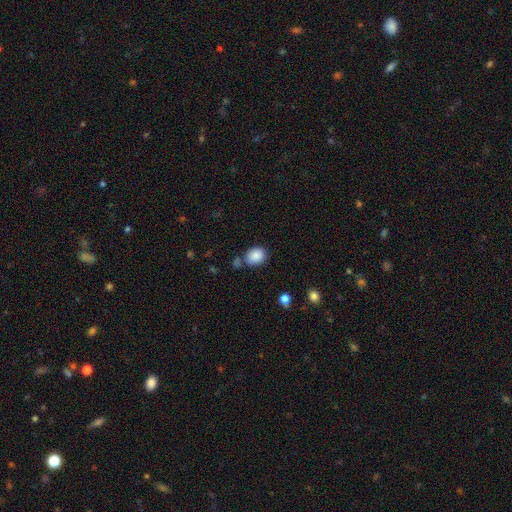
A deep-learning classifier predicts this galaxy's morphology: smooth_or_featured: smooth (p=0.88) [alt: star or artifact p=0.08]
how_rounded: in between (p=0.50) [alt: round p=0.49]
merging: none (p=0.71) [alt: minor disturbance p=0.15]